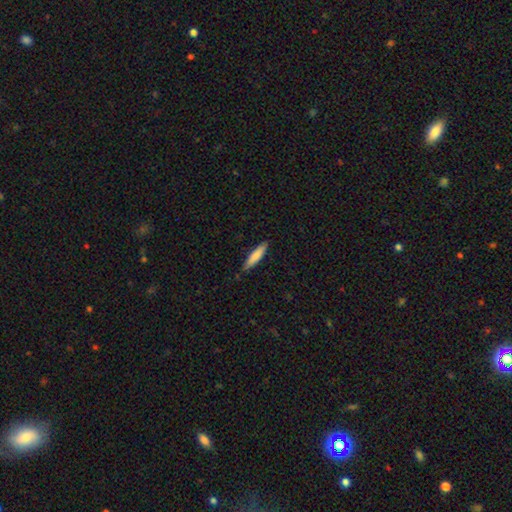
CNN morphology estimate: A smooth galaxy with no disk features (81%) that is cigar-shaped (82%).

Vote fractions:
- Smooth or featured? smooth: 81% / featured or disk: 14% / star or artifact: 5%
- How rounded? cigar-shaped: 82% / in between: 17% / round: 1%
- Merging? none: 85% / minor disturbance: 12% / major disturbance: 2% / merger: 1%